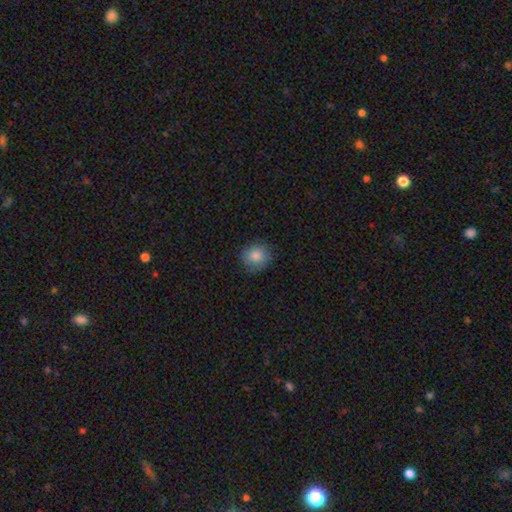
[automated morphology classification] This is clearly a smooth galaxy (84%). How rounded: clearly round (85%). Merging: clearly none (82%).